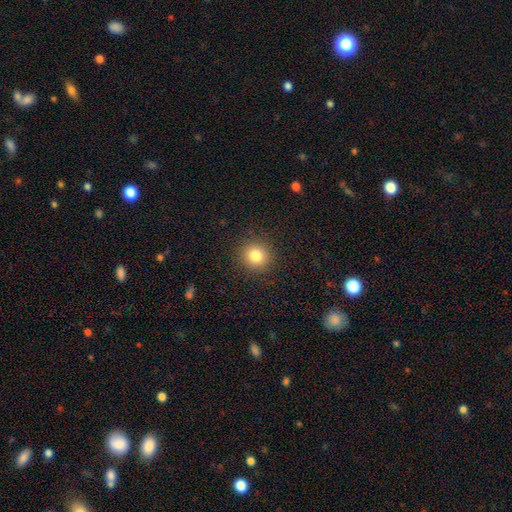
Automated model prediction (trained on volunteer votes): A smooth galaxy with no disk features (82%) that is round (91%).

Vote fractions:
- Smooth or featured? smooth: 82% / star or artifact: 12% / featured or disk: 7%
- How rounded? round: 91% / in between: 8% / cigar-shaped: 1%
- Merging? none: 90% / minor disturbance: 6% / major disturbance: 2% / merger: 1%